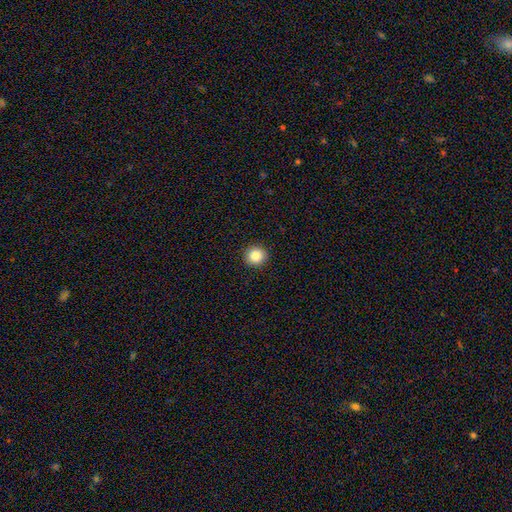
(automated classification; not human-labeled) Smooth or featured? smooth (86%)
How rounded? round (91%)
Merging? none (92%)